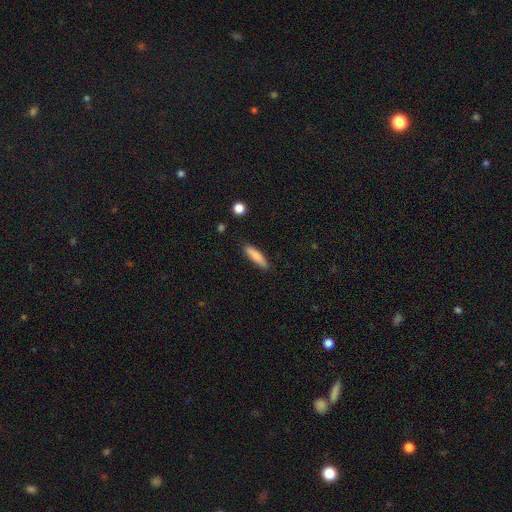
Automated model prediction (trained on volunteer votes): smooth 81%, featured or disk 13%, star or artifact 6%. Down the decision tree: how rounded — cigar-shaped (75%); merging — none (85%).